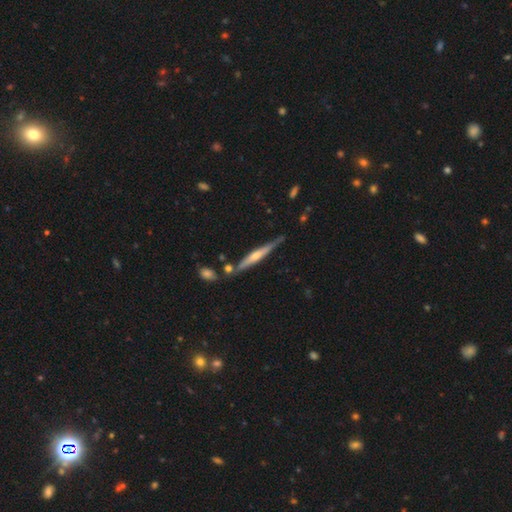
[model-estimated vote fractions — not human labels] A featured or disk galaxy (66%) viewed edge-on (97%) with a rounded central bulge (72%).

Vote fractions:
- Smooth or featured? featured or disk: 66% / smooth: 28% / star or artifact: 6%
- Edge-on disk? yes: 97% / no: 3%
- Edge-on bulge? rounded: 72% / none: 17% / boxy: 12%
- Merging? none: 78% / minor disturbance: 13% / merger: 7% / major disturbance: 3%